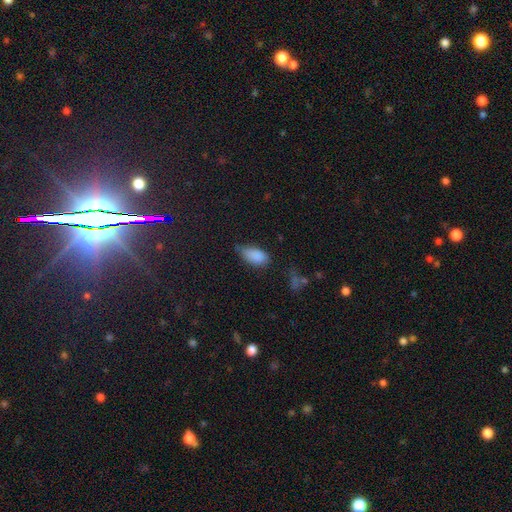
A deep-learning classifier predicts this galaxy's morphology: smooth-or-featured: smooth: 86% | star or artifact: 9% | featured or disk: 5%
  how-rounded: in between: 92% | cigar-shaped: 4% | round: 4%
  merging: none: 50% | minor disturbance: 37% | major disturbance: 9% | merger: 4%